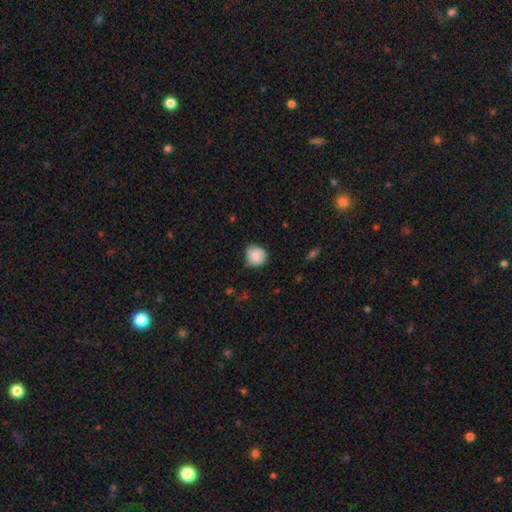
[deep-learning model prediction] A smooth galaxy with no disk features (79%) that is round (89%).

Vote fractions:
- Smooth or featured? smooth: 79% / featured or disk: 14% / star or artifact: 8%
- How rounded? round: 89% / in between: 10% / cigar-shaped: 1%
- Merging? none: 70% / minor disturbance: 25% / major disturbance: 4% / merger: 1%